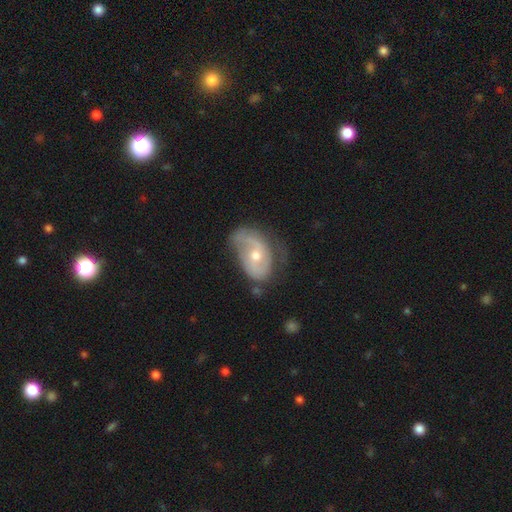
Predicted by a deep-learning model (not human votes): This appears to be a featured or disk galaxy (71%) with no bar (61%), 2 (56%) medium (39%) spiral arms (80%) and a moderate central bulge (60%). Merging: none (45%).